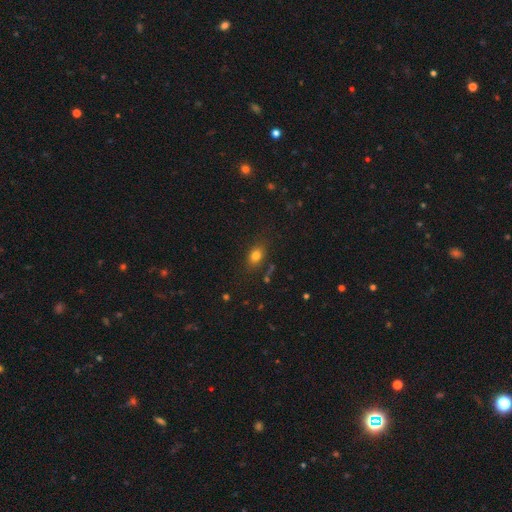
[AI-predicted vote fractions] smooth_or_featured: smooth (p=0.78) [alt: star or artifact p=0.13]
how_rounded: in between (p=0.71) [alt: round p=0.27]
merging: none (p=0.78) [alt: minor disturbance p=0.14]